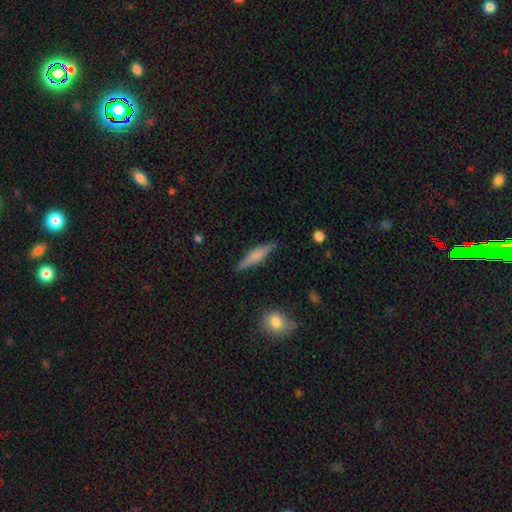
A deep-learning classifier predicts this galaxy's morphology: Smooth or featured? smooth (52%)
How rounded? cigar-shaped (85%)
Merging? none (85%)